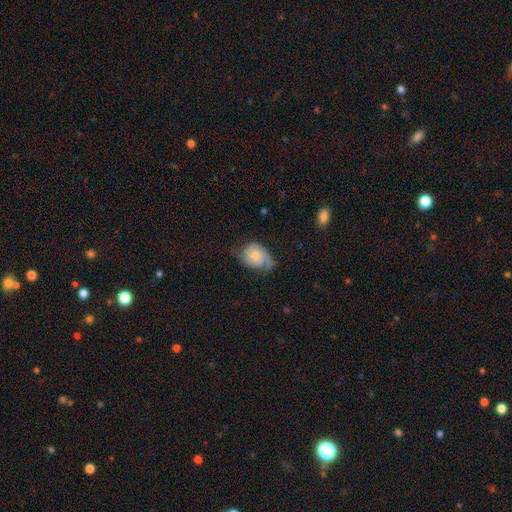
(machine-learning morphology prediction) type=featured or disk (48%); merging=none (40%).